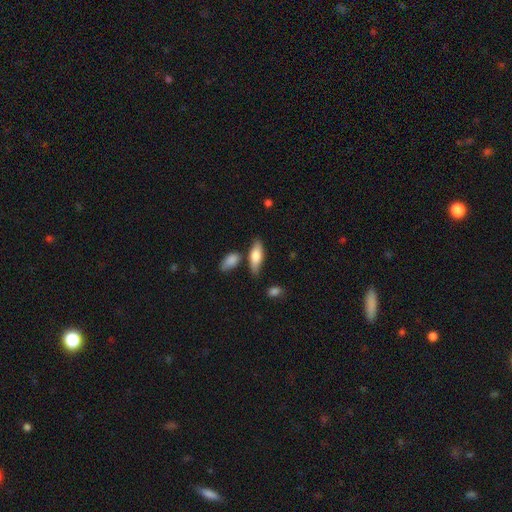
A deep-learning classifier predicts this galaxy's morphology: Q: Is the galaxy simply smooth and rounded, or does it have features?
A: smooth — 72%.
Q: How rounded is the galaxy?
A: in between — 67%.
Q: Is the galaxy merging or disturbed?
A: none — 71%.